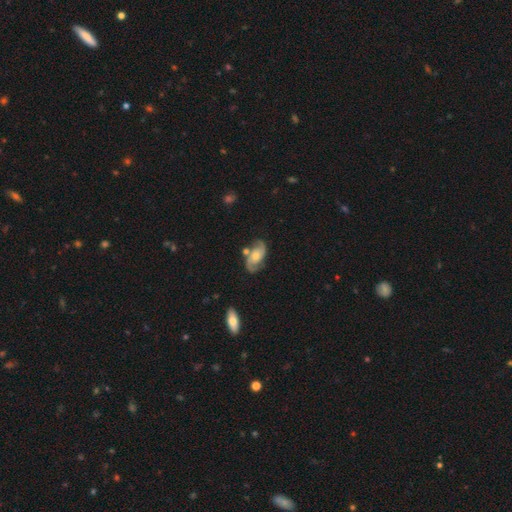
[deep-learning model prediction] featured or disk 81%, smooth 13%, star or artifact 6%. Down the decision tree: edge-on disk — no (96%); bar — no (65%); spiral arms — yes (96%); spiral arm count — 2 (90%); spiral winding — medium (49%); bulge size — moderate (48%); merging — none (69%).